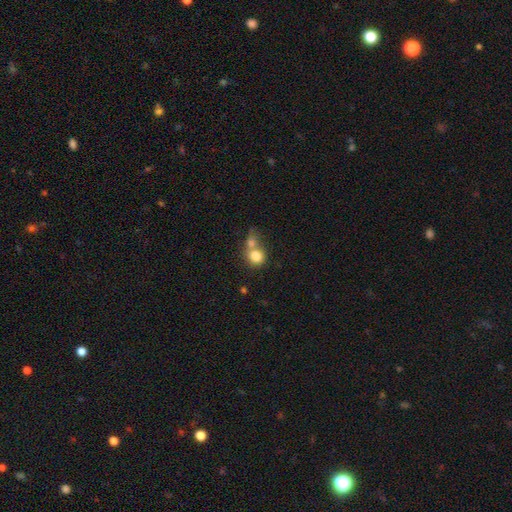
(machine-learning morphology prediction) A smooth galaxy with no disk features (78%) that is round (77%). Merging: merger (56%).